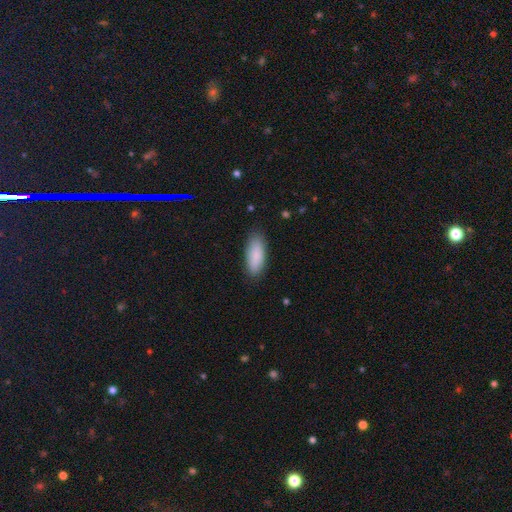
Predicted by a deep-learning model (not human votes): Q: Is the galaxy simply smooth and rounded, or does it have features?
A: smooth — 87%.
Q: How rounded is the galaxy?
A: in between — 79%.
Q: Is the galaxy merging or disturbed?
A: none — 85%.